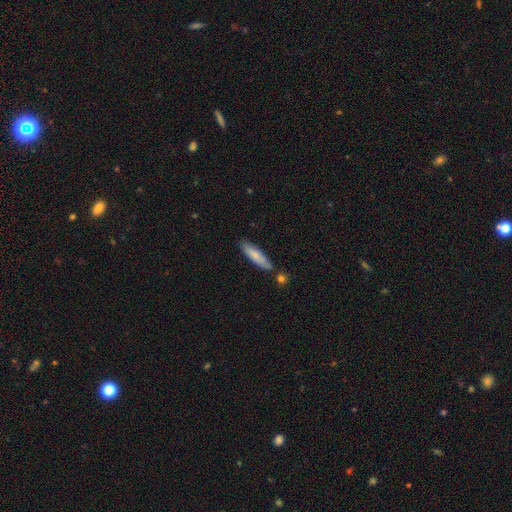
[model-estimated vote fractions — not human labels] Smooth or featured? smooth (76%)
How rounded? cigar-shaped (73%)
Merging? none (77%)